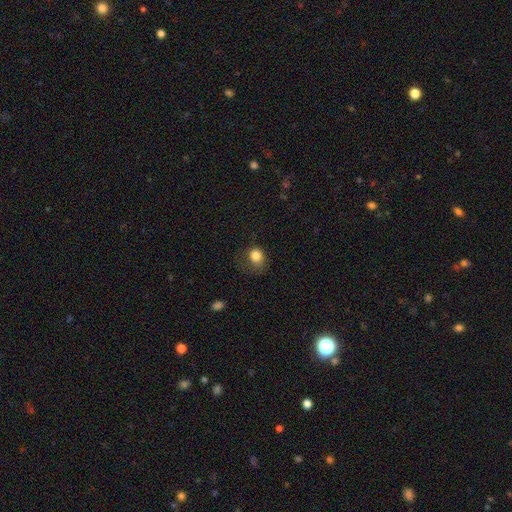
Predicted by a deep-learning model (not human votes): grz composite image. It shows a smooth galaxy with no disk features (81%) that is round (65%). Merging: none (47%).